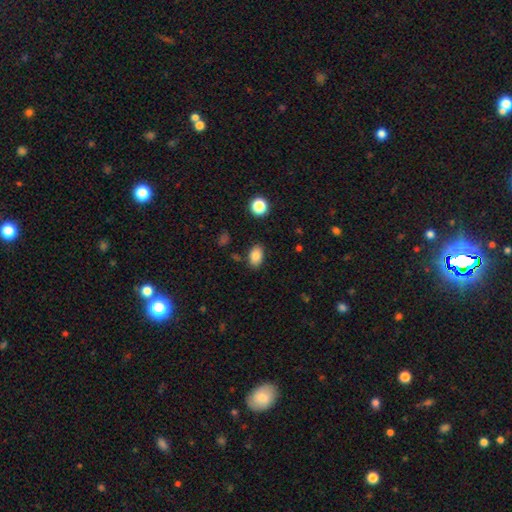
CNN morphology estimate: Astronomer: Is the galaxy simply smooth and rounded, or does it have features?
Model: smooth — 84%.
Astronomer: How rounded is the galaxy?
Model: in between — 88%.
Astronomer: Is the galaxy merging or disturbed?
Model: none — 83%.